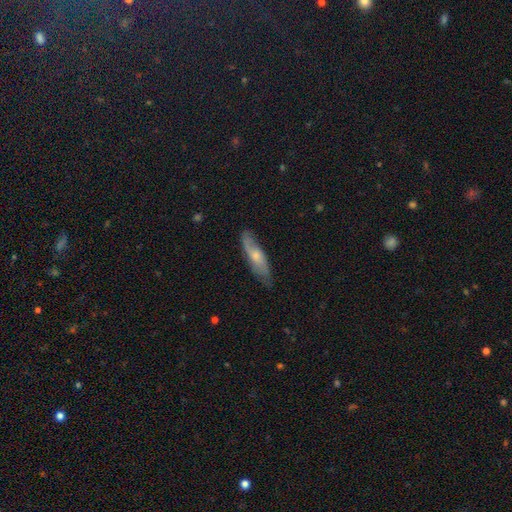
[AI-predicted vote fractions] Smooth or featured: featured or disk — 51% (smooth — 43%)
Edge-on disk: no — 66% (yes — 34%)
Merging: none — 71% (minor disturbance — 22%)